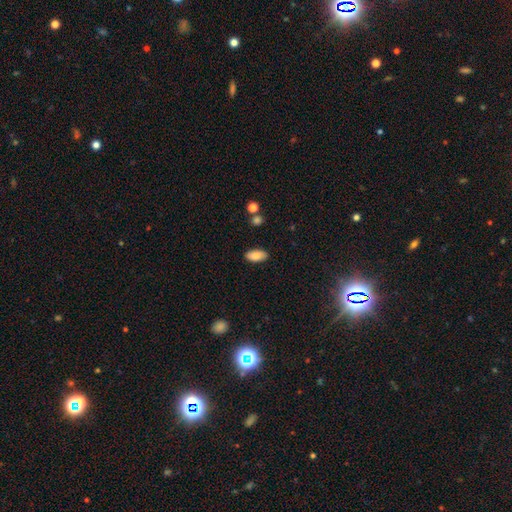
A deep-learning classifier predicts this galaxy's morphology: Q: Smooth or featured?
A: smooth (85%); runner-up: featured or disk (8%)
Q: How rounded?
A: in between (92%); runner-up: cigar-shaped (5%)
Q: Merging?
A: none (87%); runner-up: minor disturbance (9%)